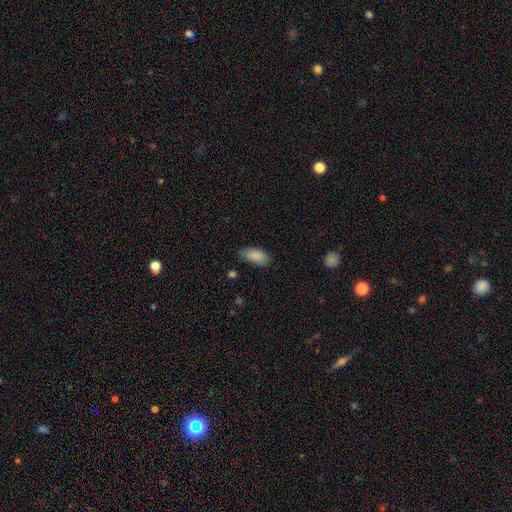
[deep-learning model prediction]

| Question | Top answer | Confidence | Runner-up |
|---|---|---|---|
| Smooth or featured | smooth | 87% | star or artifact (7%) |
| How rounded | in between | 89% | cigar-shaped (9%) |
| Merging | none | 74% | minor disturbance (21%) |